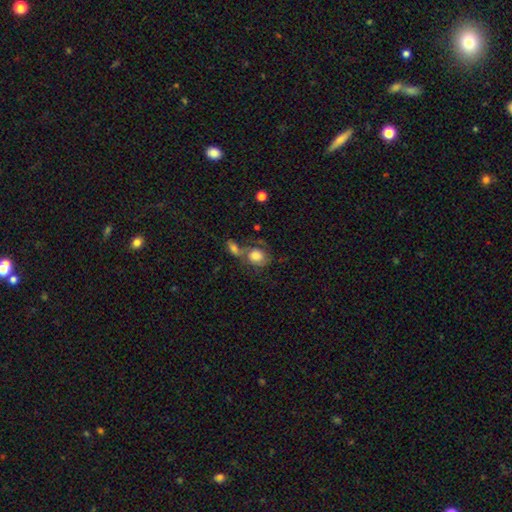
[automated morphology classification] This is likely a smooth galaxy (68%). How rounded: possibly round (57%). Merging: marginally merger (43%).